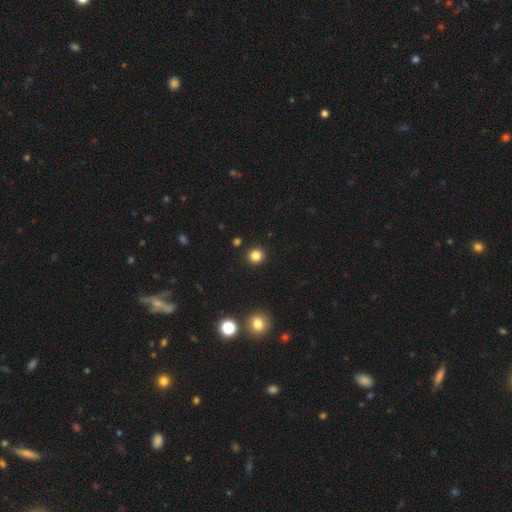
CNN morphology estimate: type=smooth (83%); roundness=round (94%); merging=none (92%).